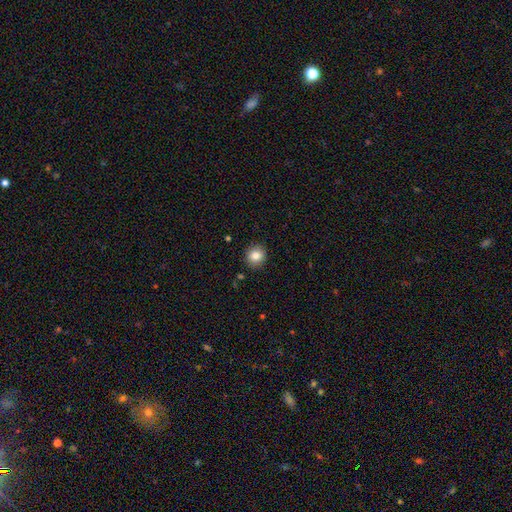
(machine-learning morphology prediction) type=smooth (83%); roundness=round (86%); merging=none (90%).